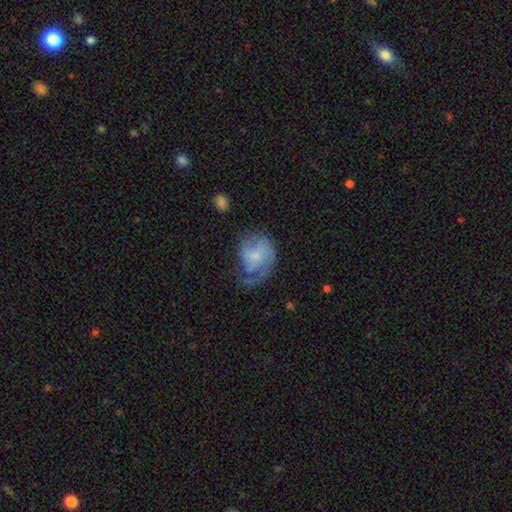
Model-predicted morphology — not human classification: smooth-or-featured: featured or disk: 65% | smooth: 28% | star or artifact: 7%
  disk-edge-on: no: 98% | yes: 2%
    bar: no: 61% | weak: 34% | strong: 5%
    has-spiral-arms: yes: 87% | no: 13%
      spiral-winding: medium: 42% | loose: 31% | tight: 27%
      spiral-arm-count: 1: 48% | 2: 25% | can't tell: 15% | 3: 7% | 4: 2% | more than 4: 2%
    bulge-size: small: 47% | moderate: 25% | none: 21% | large: 5% | dominant: 2%
  merging: none: 38% | major disturbance: 36% | minor disturbance: 23% | merger: 2%